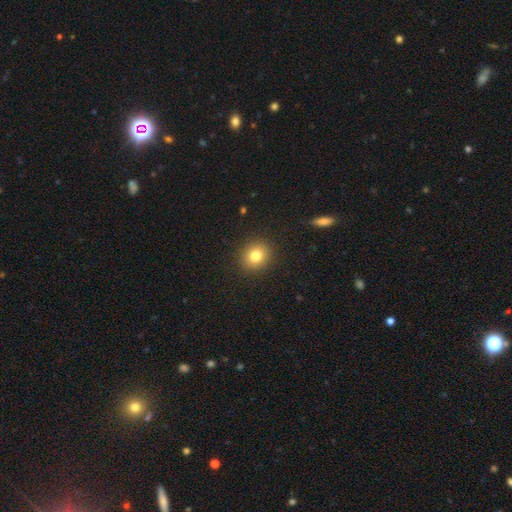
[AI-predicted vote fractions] The model was most divided on "how rounded": round: 78%, in between: 21%, cigar-shaped: 1%. More confident: merging — none (90%); smooth or featured — smooth (81%).